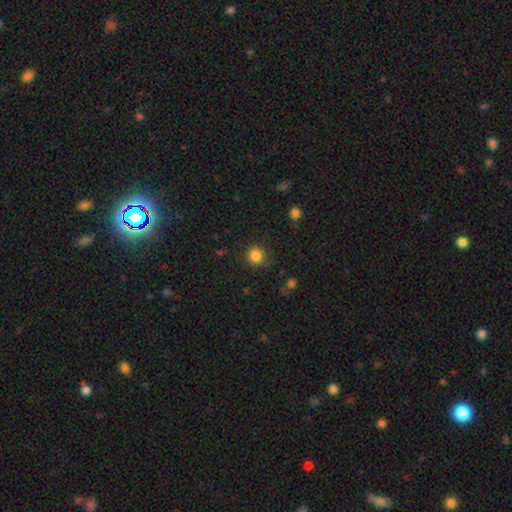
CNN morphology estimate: This is clearly a smooth galaxy (84%). How rounded: clearly round (87%). Merging: clearly none (80%).